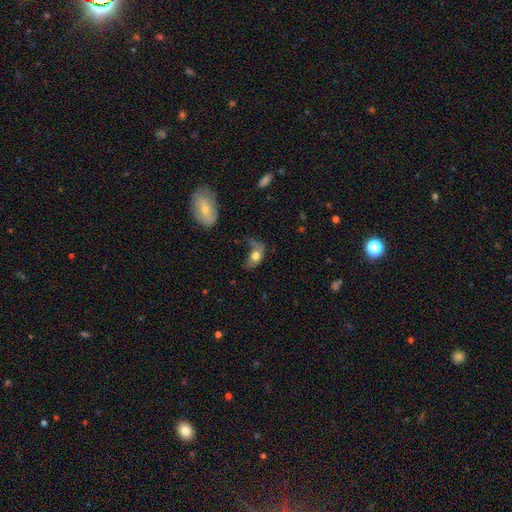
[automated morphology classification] The model was most divided on "merging": major disturbance: 37%, minor disturbance: 28%, none: 27%, merger: 7%. More confident: how rounded — in between (82%); smooth or featured — smooth (67%).